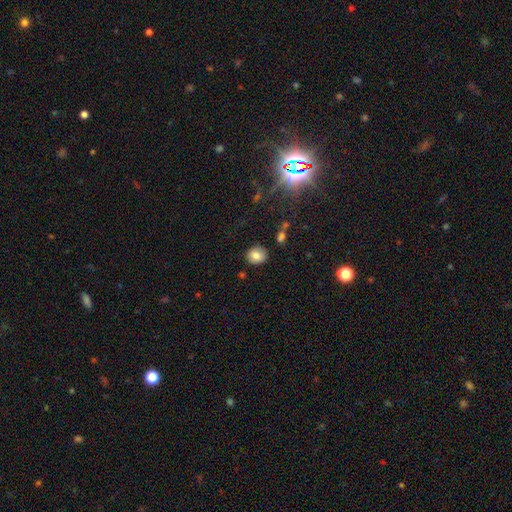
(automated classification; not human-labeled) Smooth or featured?
  - smooth: 81% *
  - star or artifact: 10%
  - featured or disk: 9%
How rounded?
  - round: 67% *
  - in between: 32%
  - cigar-shaped: 1%
Merging?
  - none: 86% *
  - minor disturbance: 9%
  - merger: 2%
  - major disturbance: 2%